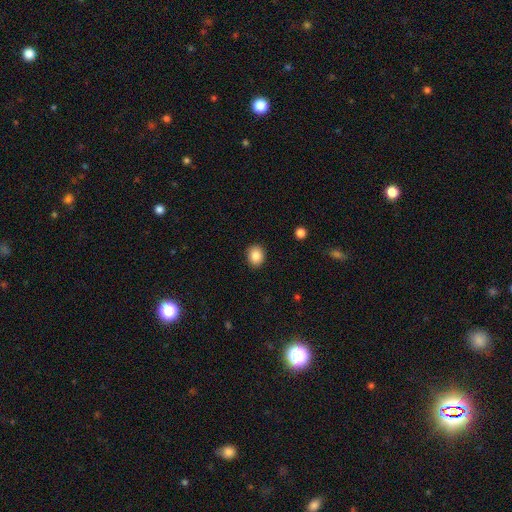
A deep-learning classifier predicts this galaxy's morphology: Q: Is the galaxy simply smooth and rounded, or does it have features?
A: smooth — 86%.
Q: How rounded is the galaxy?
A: round — 62%.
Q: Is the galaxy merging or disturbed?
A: none — 90%.